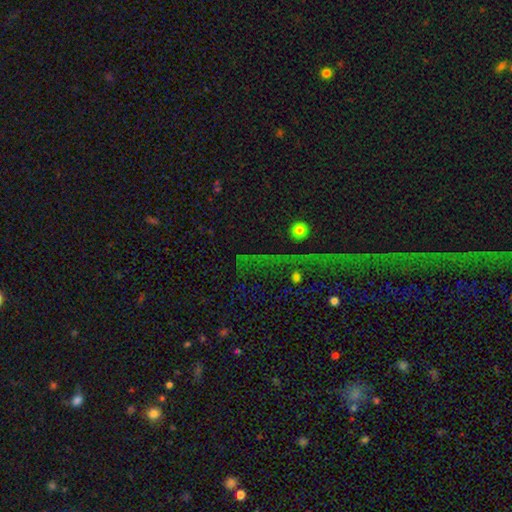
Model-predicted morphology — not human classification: The model was most divided on "smooth or featured": star or artifact: 83%, smooth: 9%, featured or disk: 8%.